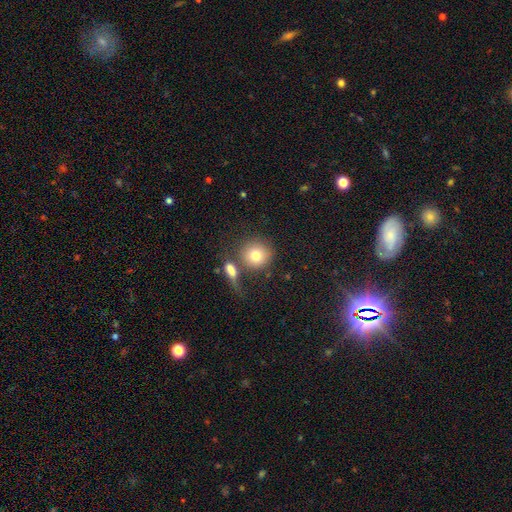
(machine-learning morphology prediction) smooth_or_featured: smooth (p=0.77) [alt: featured or disk p=0.13]
how_rounded: round (p=0.89) [alt: in between p=0.09]
merging: none (p=0.62) [alt: merger p=0.20]